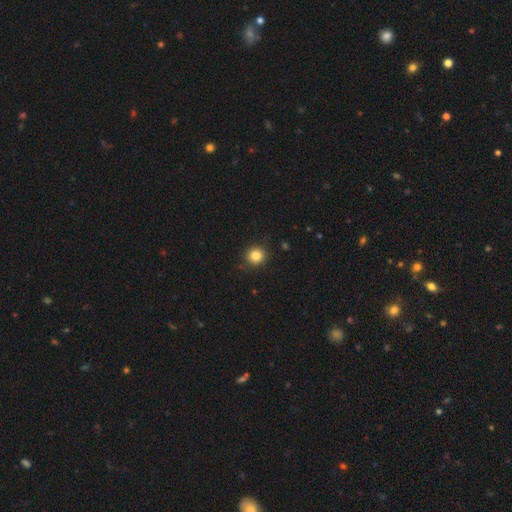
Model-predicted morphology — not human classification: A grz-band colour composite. It shows a smooth galaxy with no disk features (83%) that is round (91%). Merging: none (89%).